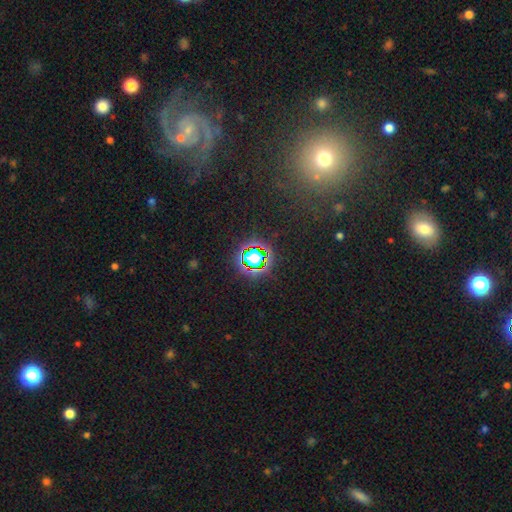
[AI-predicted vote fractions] smooth-or-featured: star or artifact: 68% | smooth: 22% | featured or disk: 10%